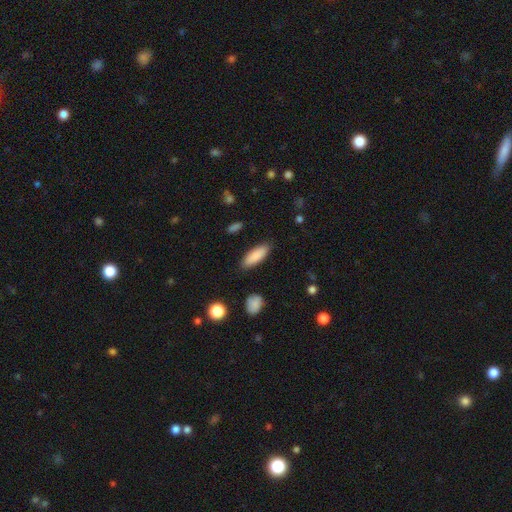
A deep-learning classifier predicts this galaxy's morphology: This is clearly a smooth galaxy (86%). How rounded: possibly in between (57%). Merging: clearly none (87%).